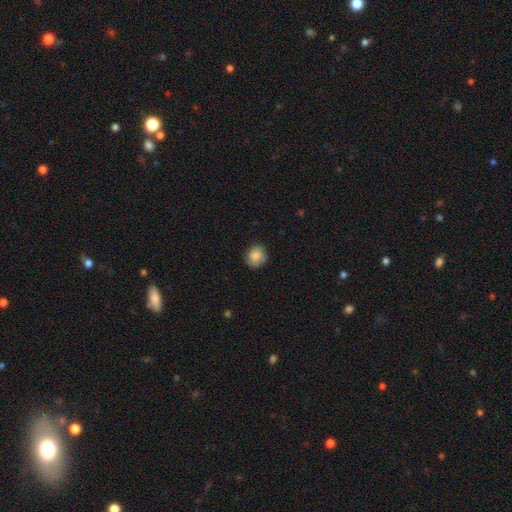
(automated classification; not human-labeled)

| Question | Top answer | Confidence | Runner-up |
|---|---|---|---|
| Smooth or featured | smooth | 87% | star or artifact (8%) |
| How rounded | round | 79% | in between (20%) |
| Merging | none | 84% | minor disturbance (13%) |